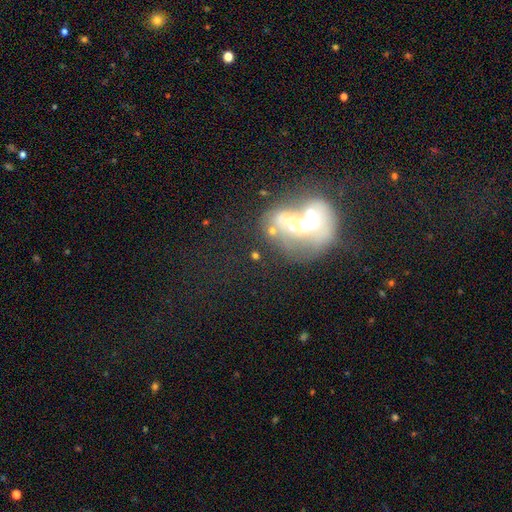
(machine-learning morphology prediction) A featured or disk galaxy (41%).

Vote fractions:
- Smooth or featured? featured or disk: 41% / smooth: 32% / star or artifact: 27%
- Merging? merger: 49% / none: 26% / major disturbance: 16% / minor disturbance: 9%